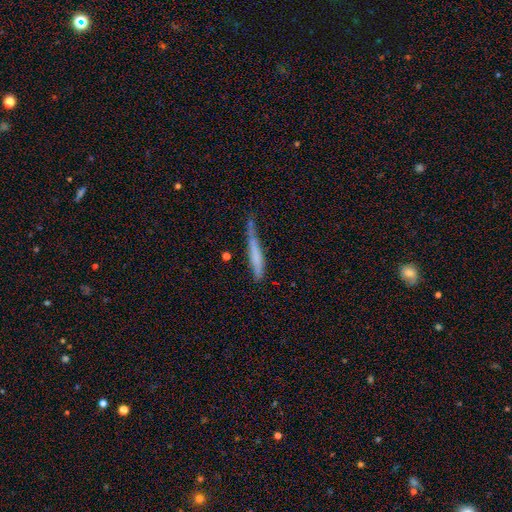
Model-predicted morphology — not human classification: This appears to be a smooth galaxy with no disk features (60%) that is cigar-shaped (93%). Merging: none (50%).